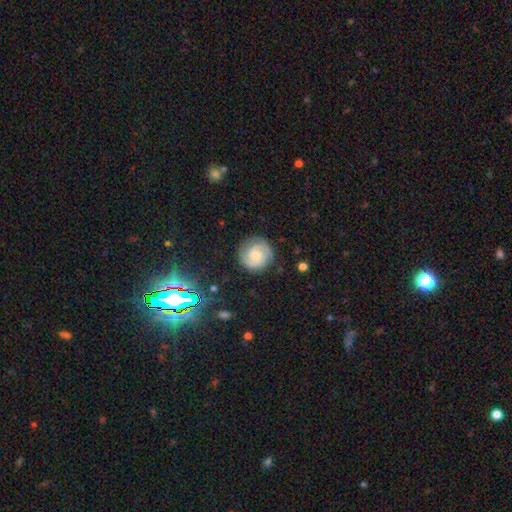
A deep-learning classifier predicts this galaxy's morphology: Overall: featured or disk (68%). Edge-on disk: no (98%). Bar: no (60%; weak 34%). Spiral arms: yes (94%). Spiral arm count: 2 (73%). Spiral winding: tight (50%; medium 39%). Bulge size: small (55%; moderate 30%). Merging: none (80%).